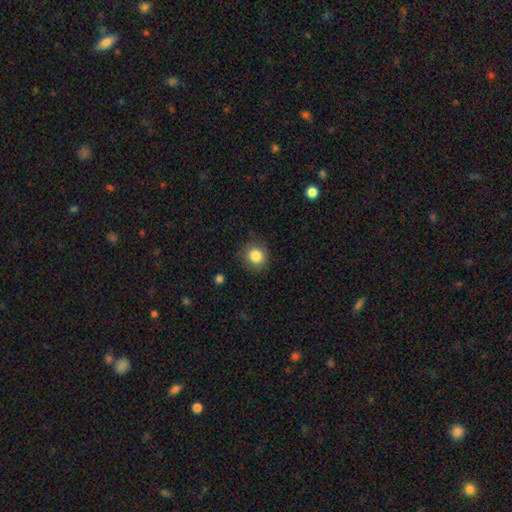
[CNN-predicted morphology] smooth-or-featured: smooth: 84% | star or artifact: 10% | featured or disk: 6%
  how-rounded: round: 88% | in between: 11% | cigar-shaped: 1%
  merging: none: 85% | minor disturbance: 11% | major disturbance: 3% | merger: 1%